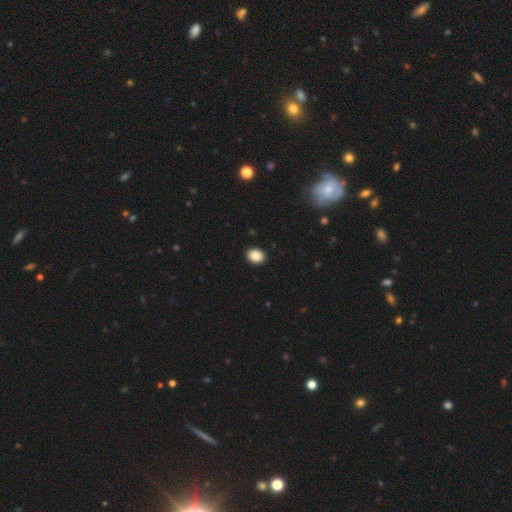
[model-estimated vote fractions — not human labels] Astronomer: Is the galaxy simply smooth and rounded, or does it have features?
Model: smooth — 88%.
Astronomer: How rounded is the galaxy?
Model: in between — 53% (runner-up: round, 47%).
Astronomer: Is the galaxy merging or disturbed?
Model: none — 91%.